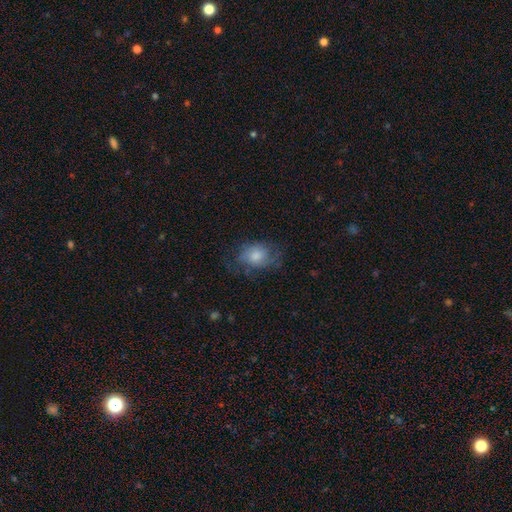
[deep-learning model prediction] This is likely a smooth galaxy (70%). How rounded: likely in between (65%). Merging: possibly none (55%).